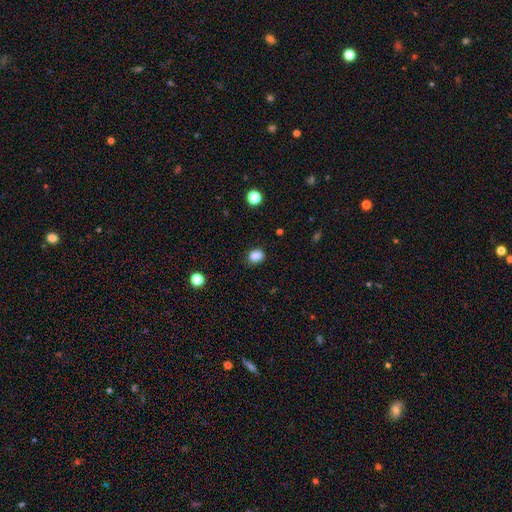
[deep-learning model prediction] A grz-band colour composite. It shows a smooth galaxy with no disk features (86%) that is in between round and cigar-shaped (52%). Merging: none (82%).